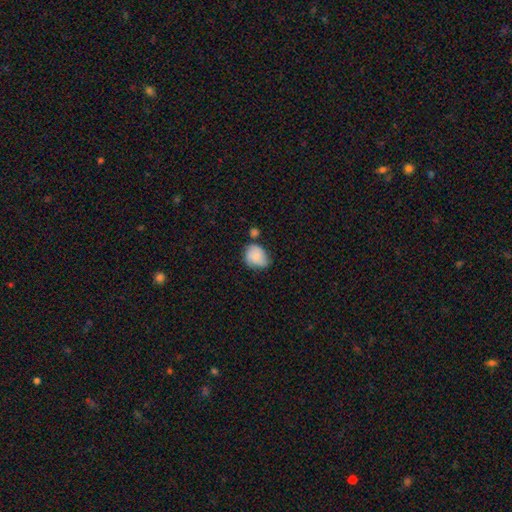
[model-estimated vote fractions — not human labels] The model was most divided on "how rounded": in between: 51%, round: 48%, cigar-shaped: 1%. Remaining: smooth or featured — smooth (76%); merging — none (47%).